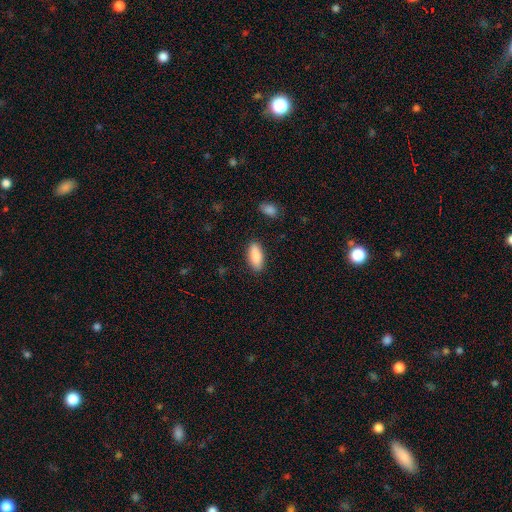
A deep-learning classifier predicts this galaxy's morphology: This appears to be a smooth galaxy with no disk features (88%) that is in between round and cigar-shaped (84%). Merging: none (87%).